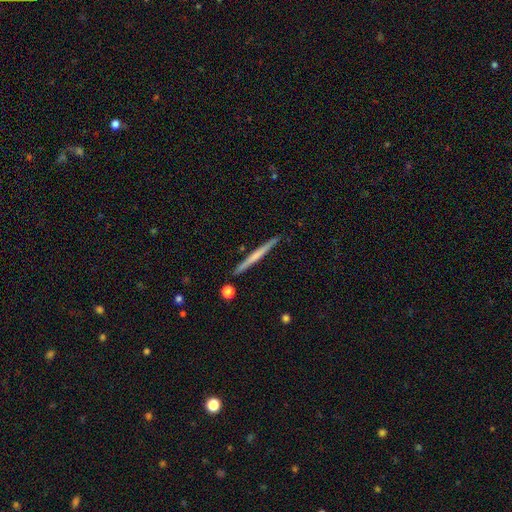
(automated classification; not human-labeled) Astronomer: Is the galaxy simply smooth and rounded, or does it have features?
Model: featured or disk — 50% (runner-up: smooth, 45%).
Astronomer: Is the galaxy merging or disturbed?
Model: none — 91%.